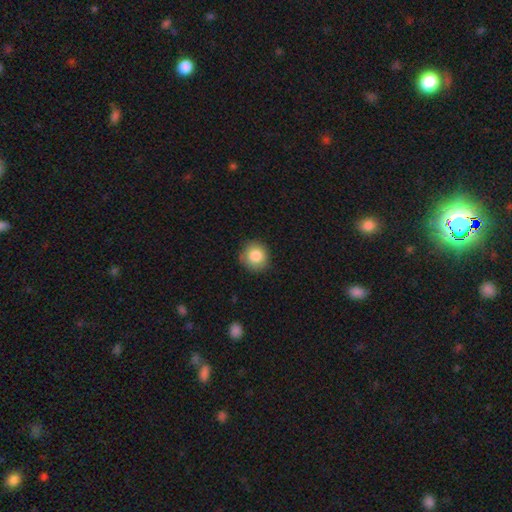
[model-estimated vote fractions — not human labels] Smooth or featured? Predicted: smooth (p=0.85). How rounded? Predicted: round (p=0.91). Merging? Predicted: none (p=0.85).